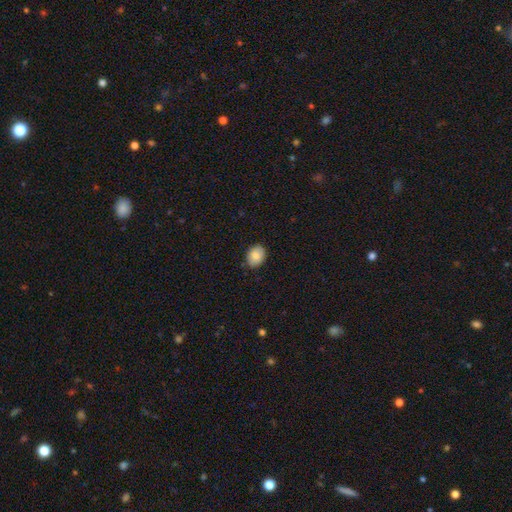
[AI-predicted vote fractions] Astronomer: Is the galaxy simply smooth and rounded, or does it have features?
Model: smooth — 85%.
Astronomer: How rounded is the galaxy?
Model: in between — 63%.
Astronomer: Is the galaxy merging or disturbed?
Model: none — 83%.